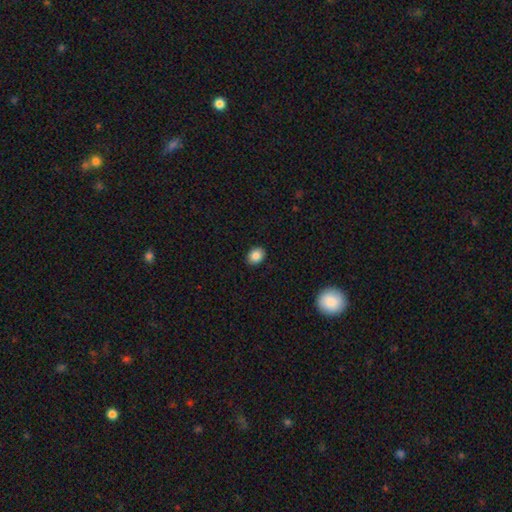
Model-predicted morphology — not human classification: Smooth or featured? smooth (87%)
How rounded? in between (52%)
Merging? none (91%)